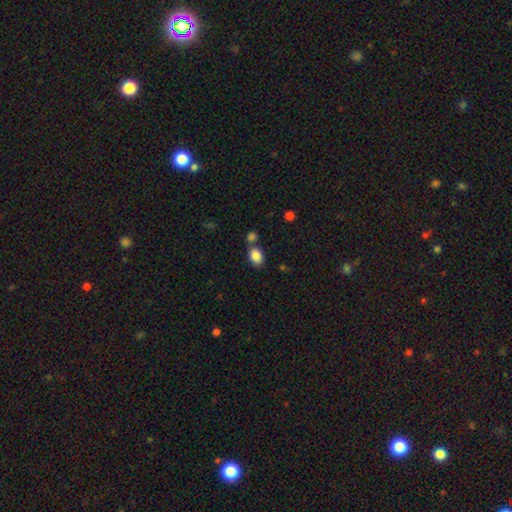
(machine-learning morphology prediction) Q: Smooth or featured?
A: smooth (86%); runner-up: star or artifact (9%)
Q: How rounded?
A: in between (76%); runner-up: round (23%)
Q: Merging?
A: none (65%); runner-up: merger (19%)